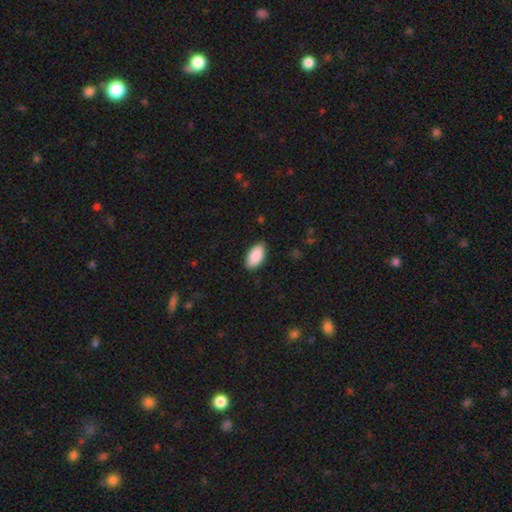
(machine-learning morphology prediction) A smooth galaxy with no disk features (90%) that is in between round and cigar-shaped (95%).

Vote fractions:
- Smooth or featured? smooth: 90% / star or artifact: 6% / featured or disk: 4%
- How rounded? in between: 95% / cigar-shaped: 3% / round: 2%
- Merging? none: 84% / minor disturbance: 12% / major disturbance: 2% / merger: 1%